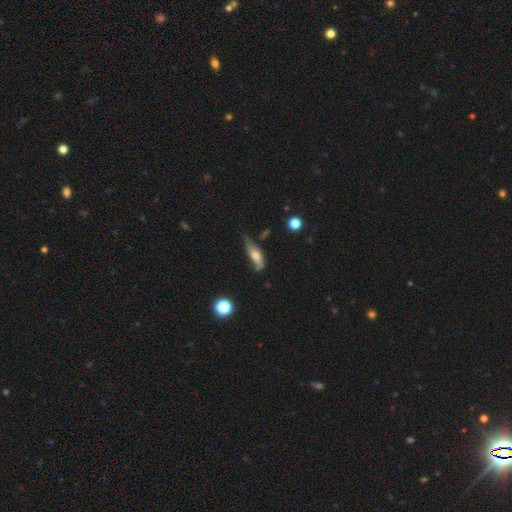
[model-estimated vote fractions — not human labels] A smooth galaxy with no disk features (54%) that is in between round and cigar-shaped (50%).

Vote fractions:
- Smooth or featured? smooth: 54% / featured or disk: 38% / star or artifact: 8%
- How rounded? in between: 50% / cigar-shaped: 47% / round: 3%
- Merging? none: 43% / minor disturbance: 38% / major disturbance: 14% / merger: 6%